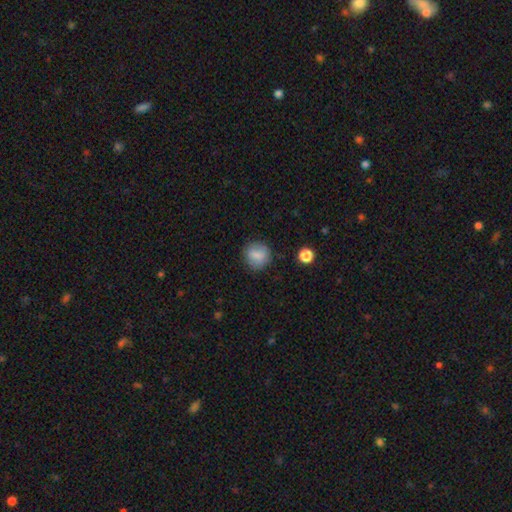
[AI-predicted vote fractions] Overall: smooth (80%). How rounded: round (80%). Merging: none (79%).